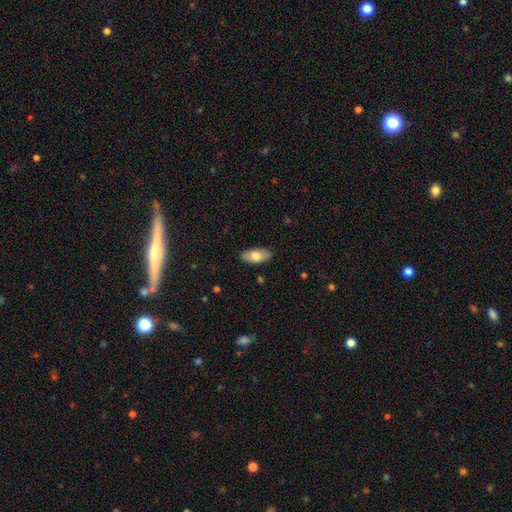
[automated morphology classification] Smooth or featured: smooth — 71% (featured or disk — 23%)
How rounded: in between — 92% (cigar-shaped — 5%)
Merging: none — 87% (minor disturbance — 10%)